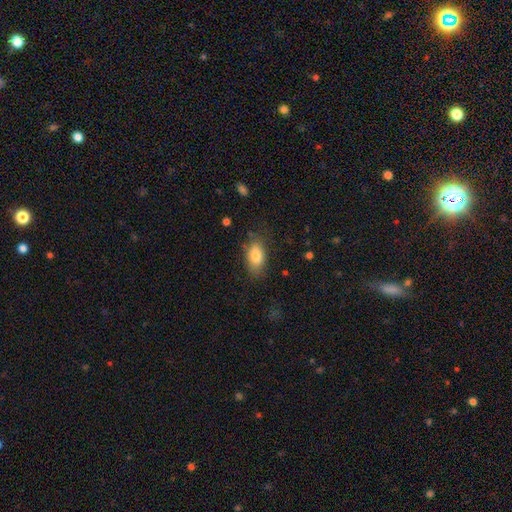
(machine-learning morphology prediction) type=smooth (83%); roundness=in between (90%); merging=none (76%).